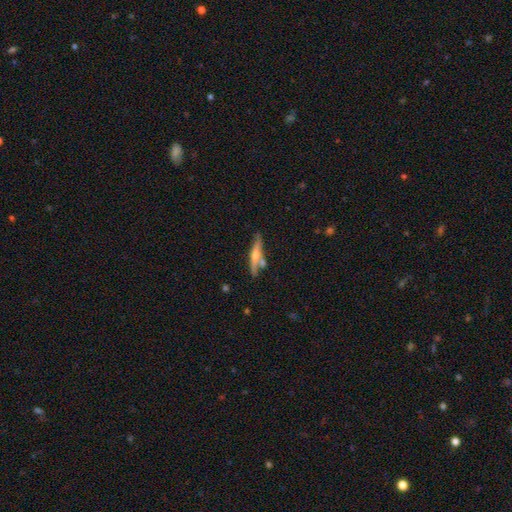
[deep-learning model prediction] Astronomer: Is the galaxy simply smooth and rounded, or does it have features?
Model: featured or disk — 55% (runner-up: smooth, 39%).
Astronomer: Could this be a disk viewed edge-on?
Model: yes — 92%.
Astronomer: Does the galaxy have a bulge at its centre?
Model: rounded — 78%.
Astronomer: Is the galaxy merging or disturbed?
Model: none — 65%.